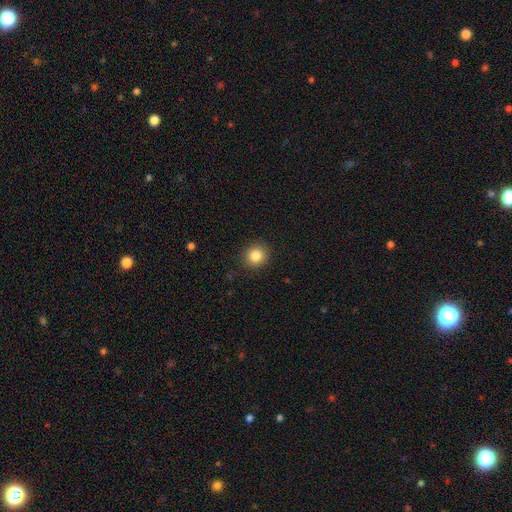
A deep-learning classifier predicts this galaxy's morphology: smooth-or-featured: smooth: 85% | star or artifact: 10% | featured or disk: 5%
  how-rounded: round: 88% | in between: 11% | cigar-shaped: 1%
  merging: none: 90% | minor disturbance: 7% | major disturbance: 2% | merger: 1%